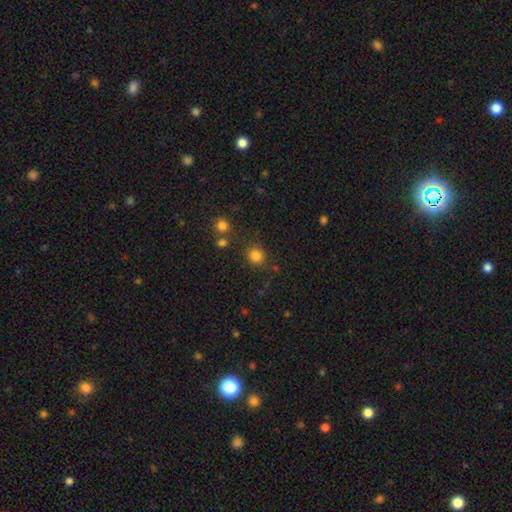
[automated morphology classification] Q: Smooth or featured?
A: smooth (82%); runner-up: star or artifact (14%)
Q: How rounded?
A: round (88%); runner-up: in between (11%)
Q: Merging?
A: none (81%); runner-up: minor disturbance (9%)